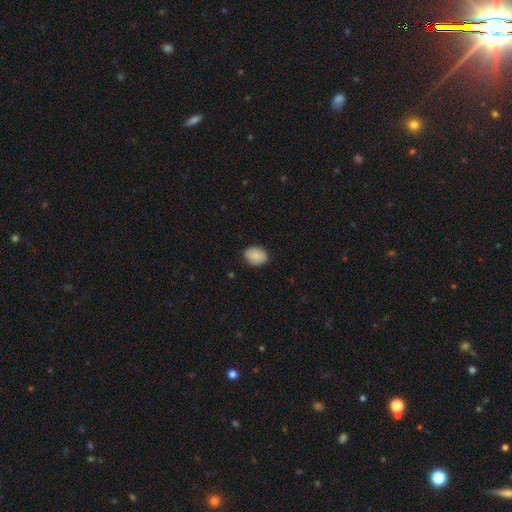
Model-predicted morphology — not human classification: smooth-or-featured: smooth: 86% | star or artifact: 7% | featured or disk: 6%
  how-rounded: in between: 66% | round: 33% | cigar-shaped: 1%
  merging: none: 85% | minor disturbance: 12% | major disturbance: 2% | merger: 1%